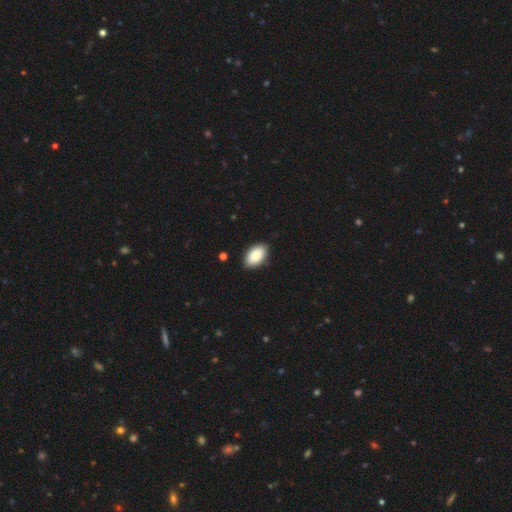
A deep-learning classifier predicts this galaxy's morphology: Smooth or featured? smooth (86%)
How rounded? in between (95%)
Merging? none (89%)